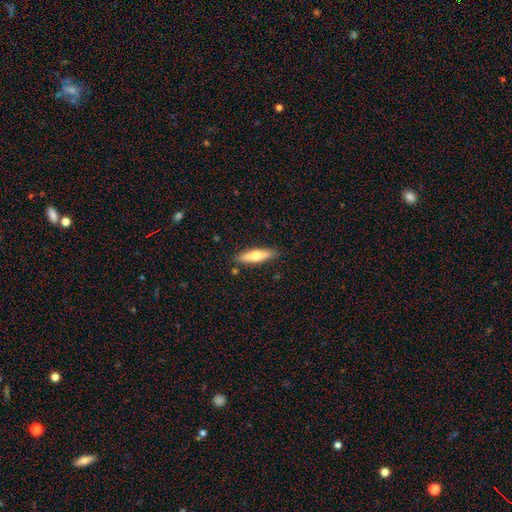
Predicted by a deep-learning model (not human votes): Smooth or featured? Predicted: smooth (p=0.60). How rounded? Predicted: cigar-shaped (p=0.70). Merging? Predicted: none (p=0.87).